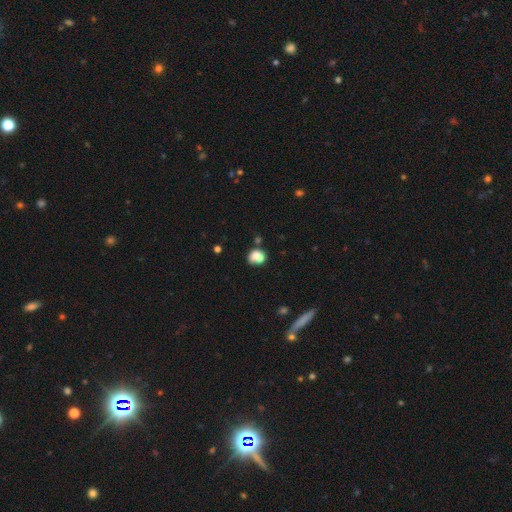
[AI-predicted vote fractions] The model was most divided on "merging": merger: 41%, none: 36%, minor disturbance: 15%, major disturbance: 8%. More confident: smooth or featured — smooth (74%); how rounded — round (57%).